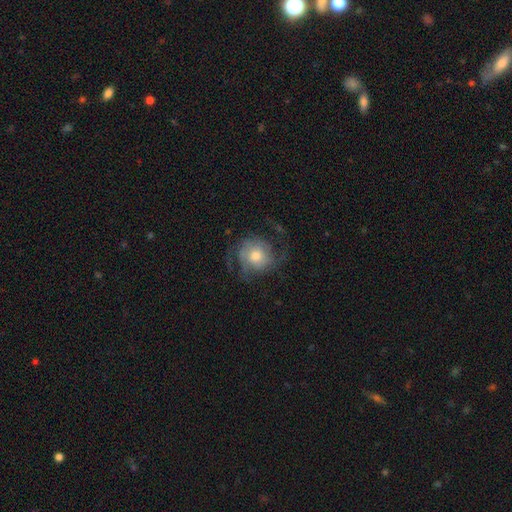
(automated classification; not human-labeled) Smooth or featured? Predicted: featured or disk (p=0.65). Edge-on disk? Predicted: no (p=0.97). Bar? Predicted: no (p=0.77). Spiral arms? Predicted: yes (p=0.88). Spiral winding? Predicted: medium (p=0.42). Spiral arm count? Predicted: 2 (p=0.50). Bulge size? Predicted: moderate (p=0.63). Merging? Predicted: none (p=0.58).